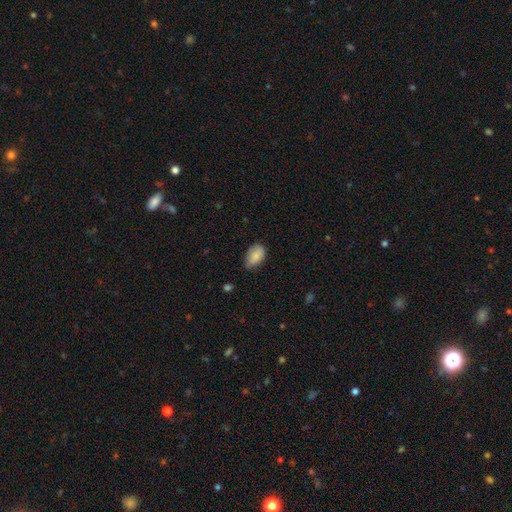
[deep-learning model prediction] Morphology: type=smooth (84%); roundness=in between (90%); merging=none (55%).